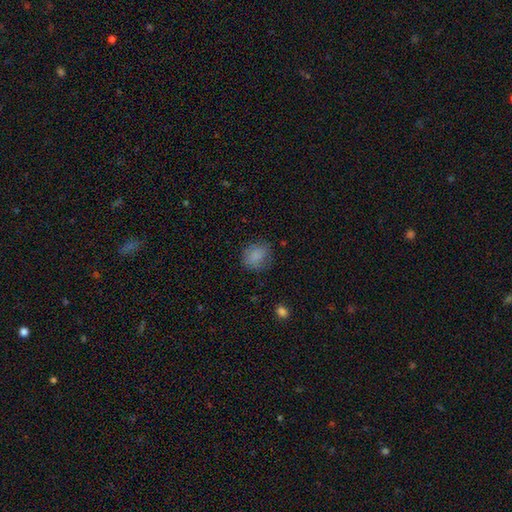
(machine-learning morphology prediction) smooth-or-featured: smooth: 83% | star or artifact: 9% | featured or disk: 8%
  how-rounded: round: 66% | in between: 33% | cigar-shaped: 1%
  merging: none: 72% | minor disturbance: 20% | major disturbance: 7% | merger: 1%